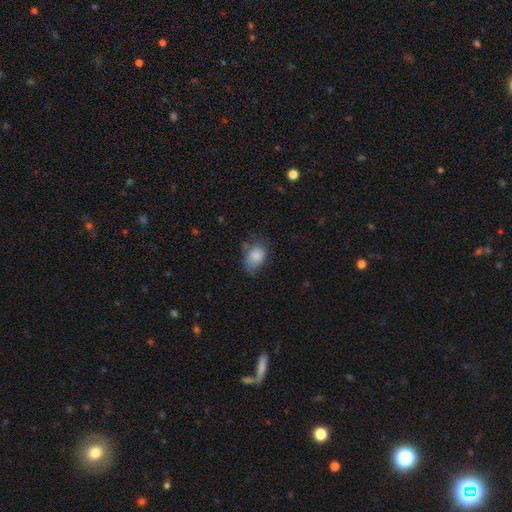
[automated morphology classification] Smooth or featured: smooth — 82% (featured or disk — 10%)
How rounded: in between — 76% (round — 22%)
Merging: none — 45% (minor disturbance — 37%)